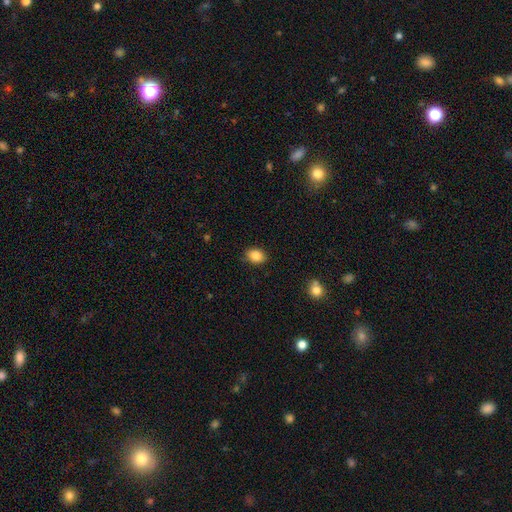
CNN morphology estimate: A smooth galaxy with no disk features (86%) that is in between round and cigar-shaped (62%). Merging: none (87%).